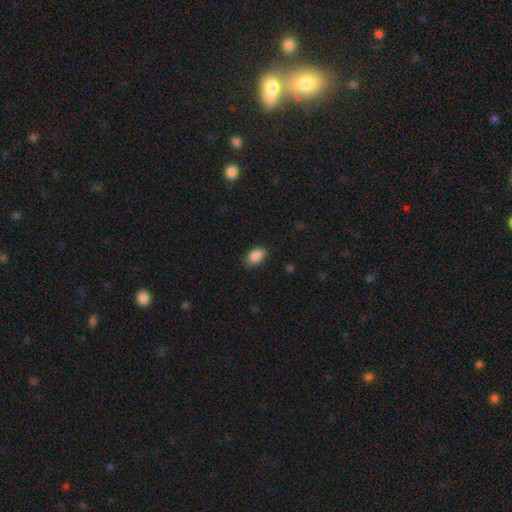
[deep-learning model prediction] Smooth or featured? Predicted: smooth (p=0.89). How rounded? Predicted: in between (p=0.87). Merging? Predicted: none (p=0.82).